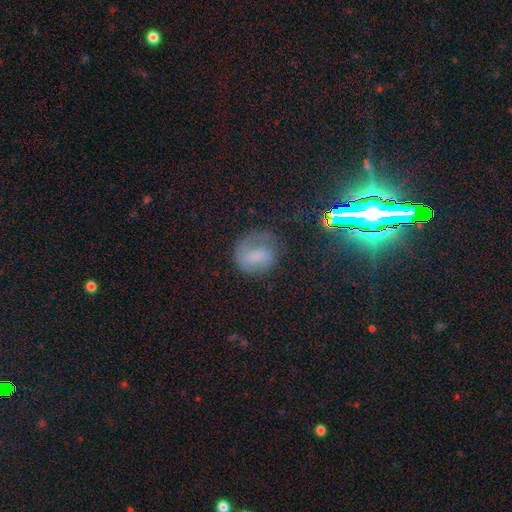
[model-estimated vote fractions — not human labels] This appears to be a smooth galaxy with no disk features (49%). Merging: none (53%).